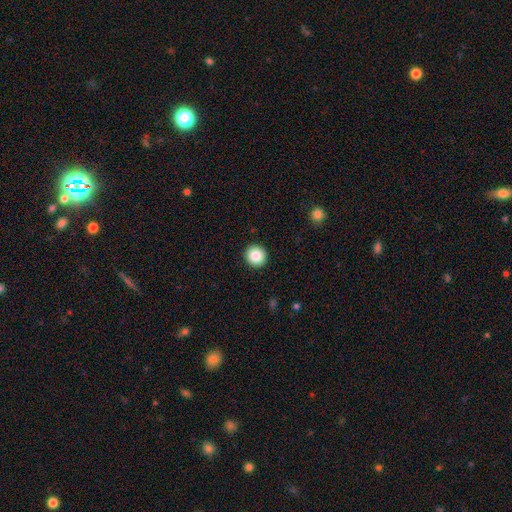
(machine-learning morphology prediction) Smooth or featured? smooth (87%)
How rounded? round (92%)
Merging? none (93%)